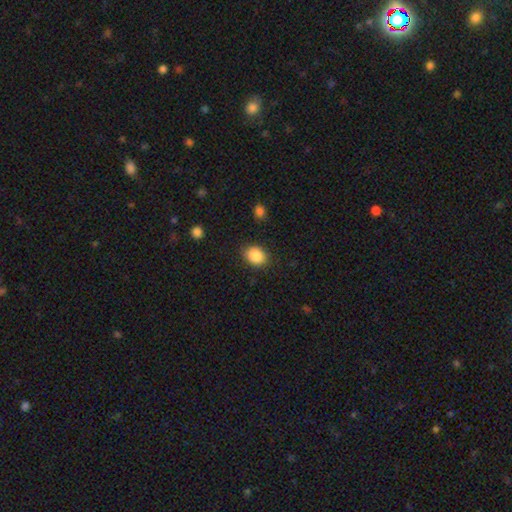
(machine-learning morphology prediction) smooth_or_featured: smooth (p=0.88) [alt: star or artifact p=0.08]
how_rounded: in between (p=0.54) [alt: round p=0.45]
merging: none (p=0.85) [alt: minor disturbance p=0.11]